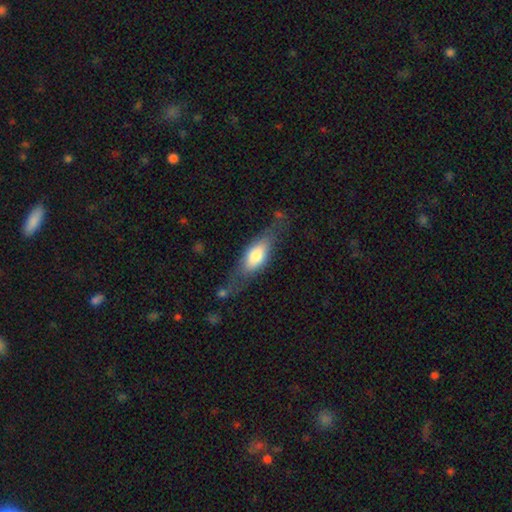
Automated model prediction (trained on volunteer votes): Q: Smooth or featured?
A: smooth (59%); runner-up: featured or disk (34%)
Q: How rounded?
A: in between (67%); runner-up: cigar-shaped (29%)
Q: Merging?
A: none (58%); runner-up: minor disturbance (24%)